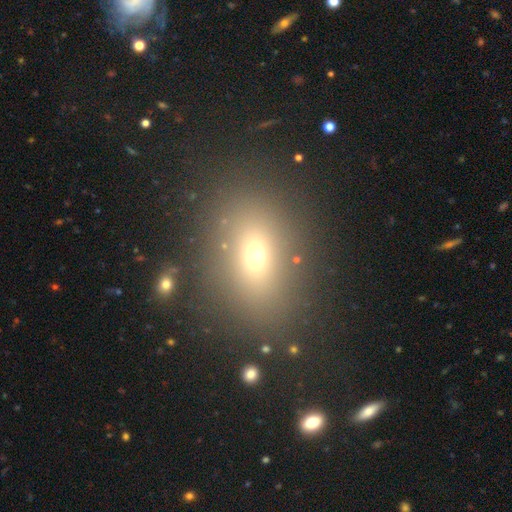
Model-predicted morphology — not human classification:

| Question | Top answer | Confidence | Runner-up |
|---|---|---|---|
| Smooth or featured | smooth | 64% | star or artifact (21%) |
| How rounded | in between | 68% | round (28%) |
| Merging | none | 82% | minor disturbance (9%) |